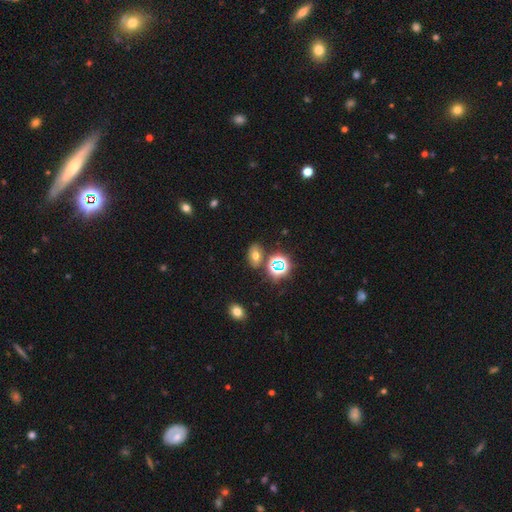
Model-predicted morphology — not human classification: This appears to be a smooth galaxy with no disk features (58%) that is in between round and cigar-shaped (78%). Merging: none (77%).